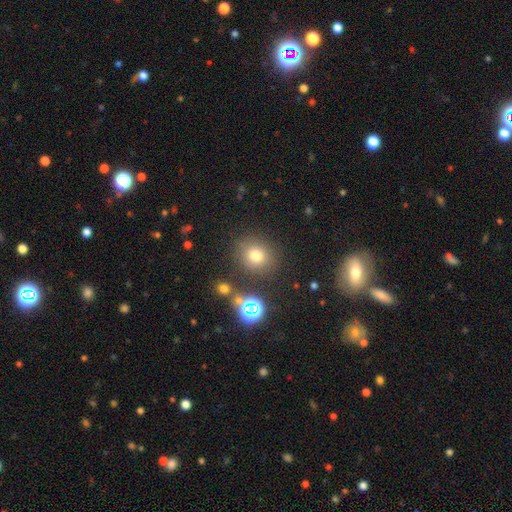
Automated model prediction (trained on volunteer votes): This appears to be a smooth galaxy with no disk features (72%) that is round (83%). Merging: none (81%).